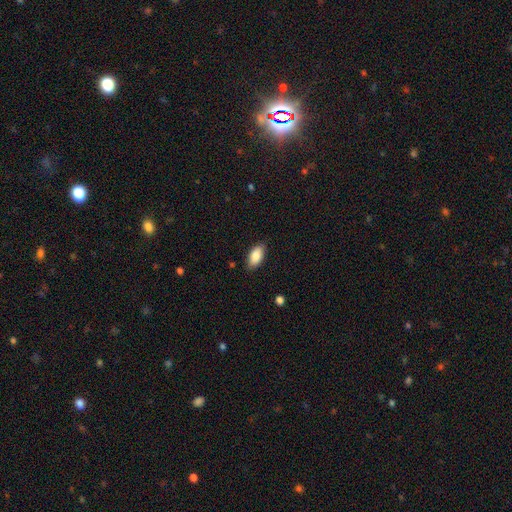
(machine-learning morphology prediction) Overall: smooth (87%). How rounded: in between (92%). Merging: none (86%).